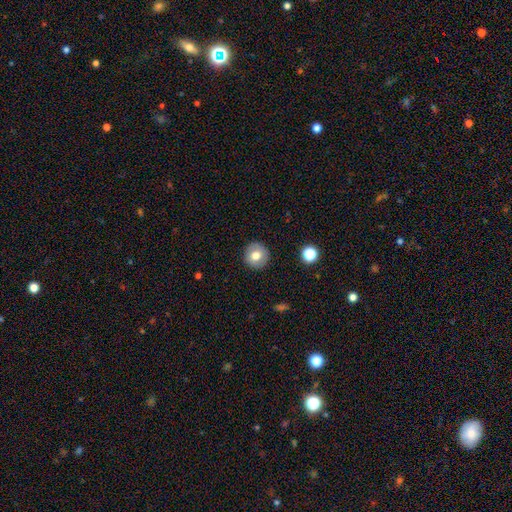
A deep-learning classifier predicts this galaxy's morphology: Smooth or featured? Predicted: smooth (p=0.74). How rounded? Predicted: round (p=0.95). Merging? Predicted: none (p=0.91).